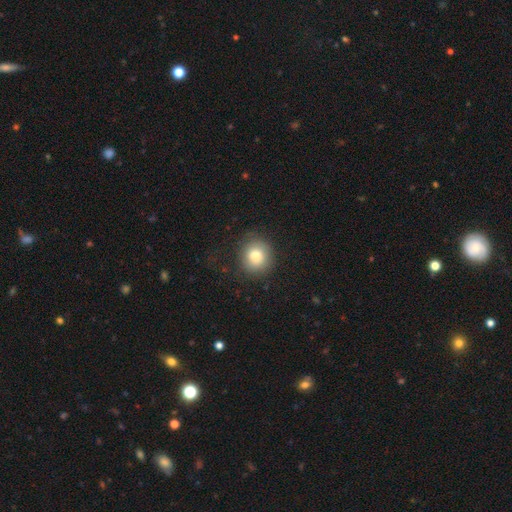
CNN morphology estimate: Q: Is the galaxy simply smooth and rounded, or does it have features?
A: smooth — 79%.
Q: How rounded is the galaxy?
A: round — 84%.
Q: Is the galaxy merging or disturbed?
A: none — 84%.